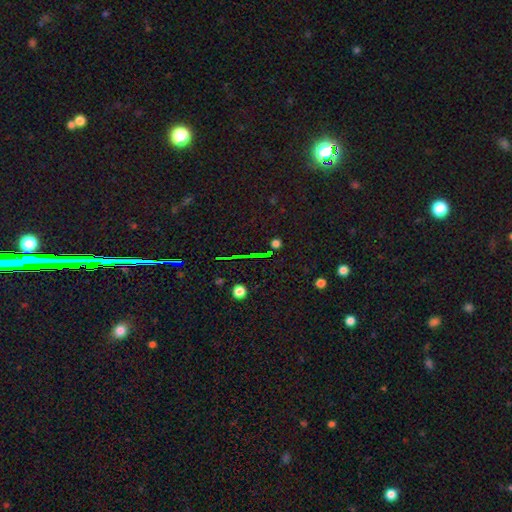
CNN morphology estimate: A star or artifact, not a galaxy (72%).